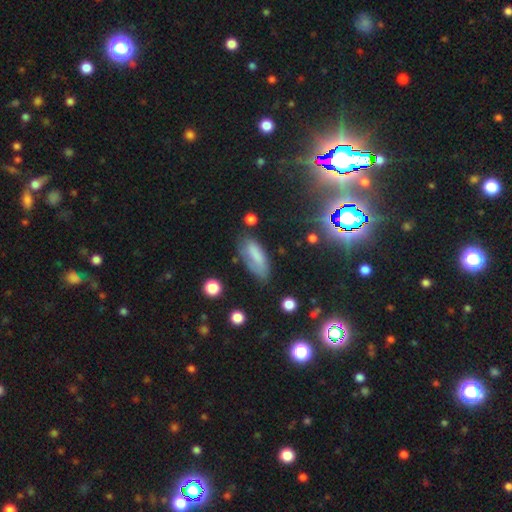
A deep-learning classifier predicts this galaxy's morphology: This is likely a smooth galaxy (70%). How rounded: likely in between (73%). Merging: possibly none (59%).